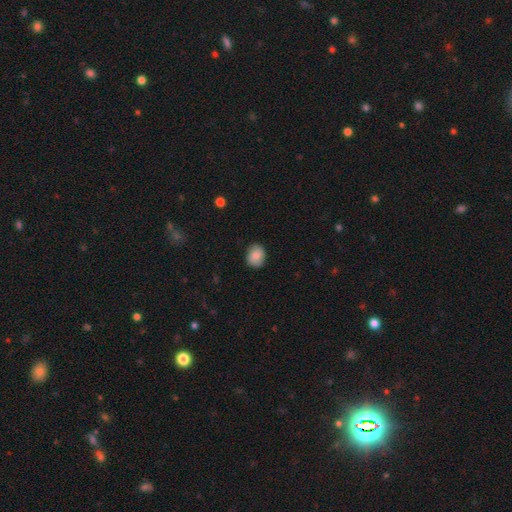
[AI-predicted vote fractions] smooth 87%, star or artifact 7%, featured or disk 6%. Down the decision tree: how rounded — round (55%); merging — none (85%).